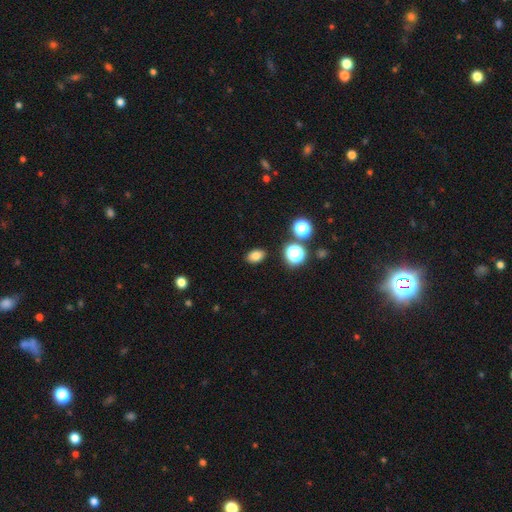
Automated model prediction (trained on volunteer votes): This is likely a smooth galaxy (78%). How rounded: clearly in between (81%). Merging: clearly none (87%).